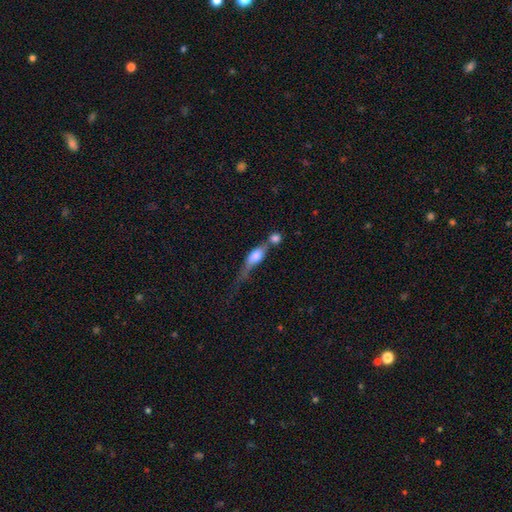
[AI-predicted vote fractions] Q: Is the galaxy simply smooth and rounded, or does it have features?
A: smooth — 55%.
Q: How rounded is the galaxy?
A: in between — 55%.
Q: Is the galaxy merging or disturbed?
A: merger — 53%.